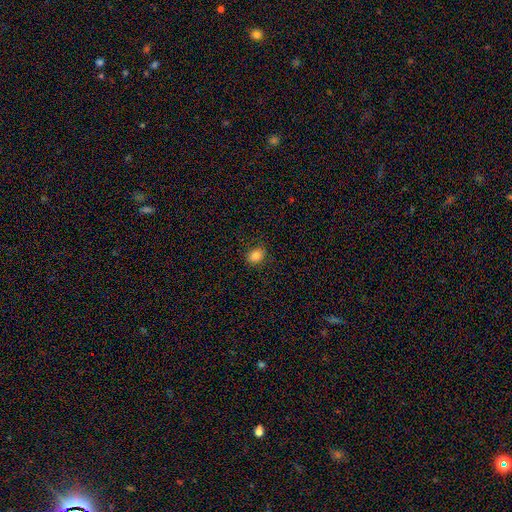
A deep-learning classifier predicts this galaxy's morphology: Smooth or featured?
  - smooth: 84% *
  - star or artifact: 11%
  - featured or disk: 5%
How rounded?
  - round: 50% *
  - in between: 49%
  - cigar-shaped: 1%
Merging?
  - none: 86% *
  - minor disturbance: 10%
  - major disturbance: 3%
  - merger: 1%